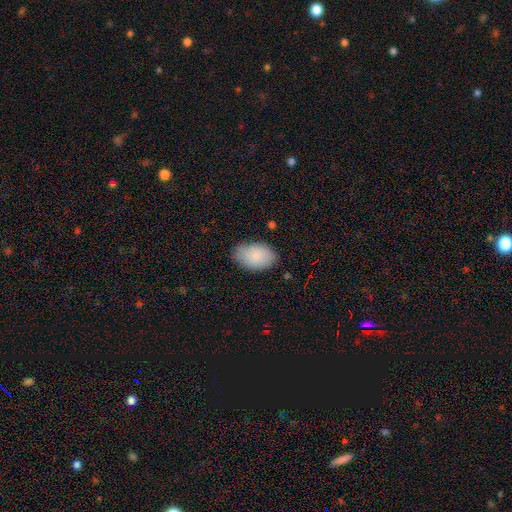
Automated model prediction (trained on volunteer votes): Smooth or featured? smooth (88%)
How rounded? in between (92%)
Merging? none (79%)